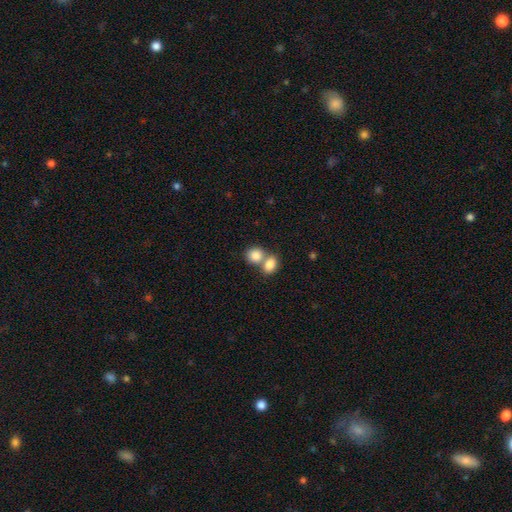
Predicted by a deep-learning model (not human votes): A smooth galaxy with no disk features (84%) that is round (66%).

Vote fractions:
- Smooth or featured? smooth: 84% / featured or disk: 8% / star or artifact: 8%
- How rounded? round: 66% / in between: 33% / cigar-shaped: 1%
- Merging? merger: 57% / none: 34% / minor disturbance: 6% / major disturbance: 2%